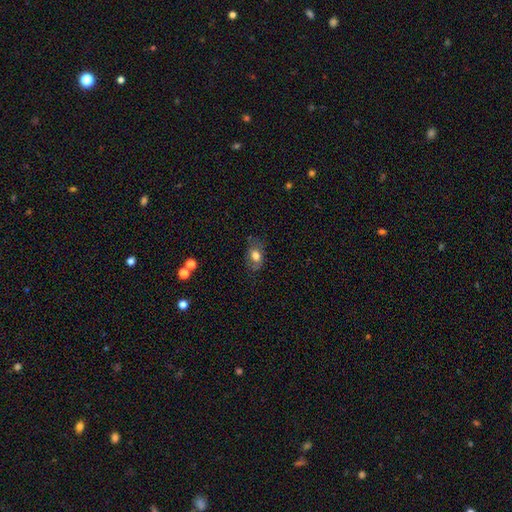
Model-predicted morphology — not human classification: The model was most divided on "merging": none: 68%, minor disturbance: 22%, major disturbance: 8%, merger: 2%. More confident: how rounded — in between (82%); smooth or featured — smooth (70%).